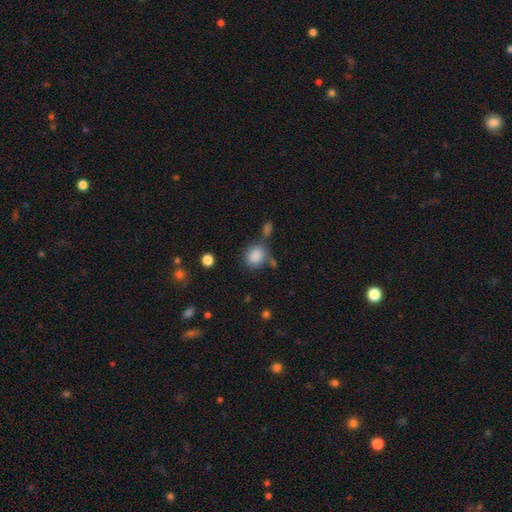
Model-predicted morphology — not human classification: Overall: smooth (87%). How rounded: round (76%). Merging: none (68%).